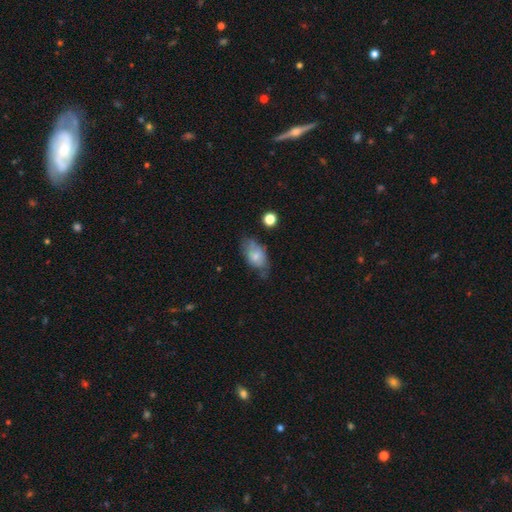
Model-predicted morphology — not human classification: This is likely a smooth galaxy (68%). How rounded: clearly in between (90%). Merging: possibly none (48%).